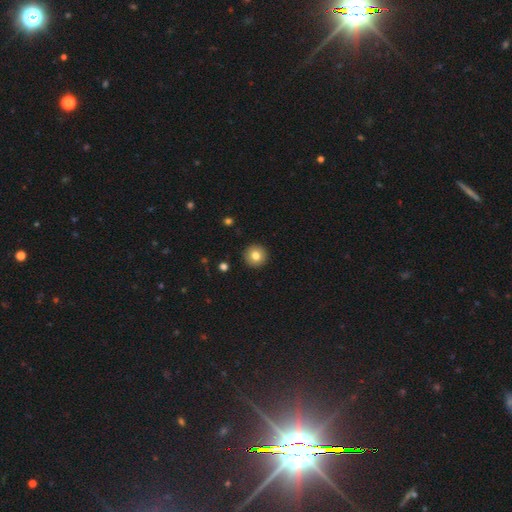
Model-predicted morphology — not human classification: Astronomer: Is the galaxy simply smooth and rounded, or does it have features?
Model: smooth — 80%.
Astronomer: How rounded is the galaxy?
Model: round — 96%.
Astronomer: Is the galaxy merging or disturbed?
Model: none — 93%.